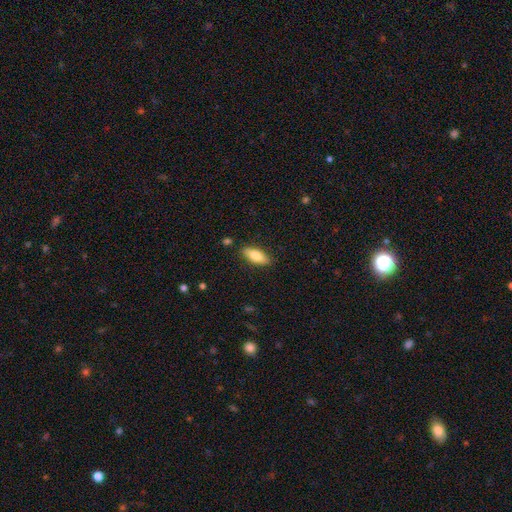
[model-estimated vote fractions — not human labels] Smooth or featured: smooth — 76% (featured or disk — 18%)
How rounded: in between — 72% (cigar-shaped — 26%)
Merging: none — 86% (minor disturbance — 10%)